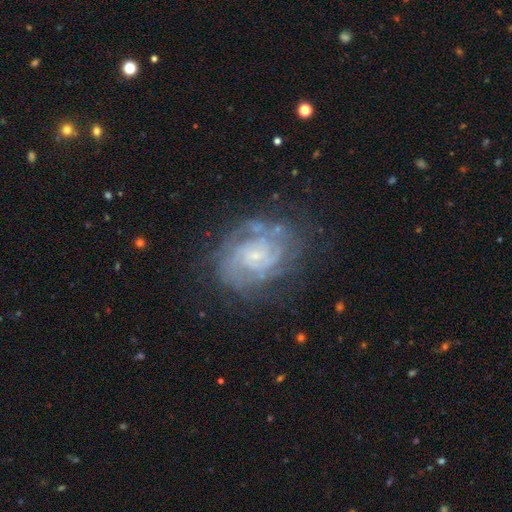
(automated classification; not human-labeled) The model was most divided on "spiral arm count": can't tell: 32%, 2: 30%, 3: 17%, 4: 10%, more than 4: 6%, 1: 5%. More confident: edge-on disk — no (98%); spiral arms — yes (95%); smooth or featured — featured or disk (85%); bulge size — small (79%); merging — none (70%); spiral winding — tight (67%); bar — no (64%).